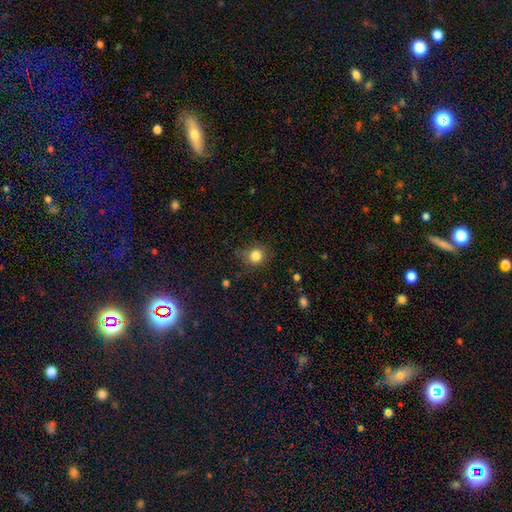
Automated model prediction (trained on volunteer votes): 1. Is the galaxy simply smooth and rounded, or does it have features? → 83% smooth, 11% star or artifact, 6% featured or disk.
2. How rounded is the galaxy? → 84% round, 15% in between, 1% cigar-shaped.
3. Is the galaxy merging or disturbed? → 71% none, 20% minor disturbance, 6% major disturbance, 2% merger.